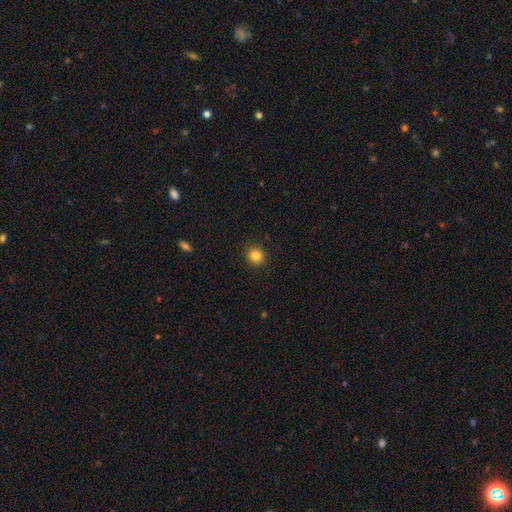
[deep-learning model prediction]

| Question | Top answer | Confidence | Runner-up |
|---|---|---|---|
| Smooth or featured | smooth | 84% | star or artifact (12%) |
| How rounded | round | 90% | in between (9%) |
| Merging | none | 92% | minor disturbance (5%) |